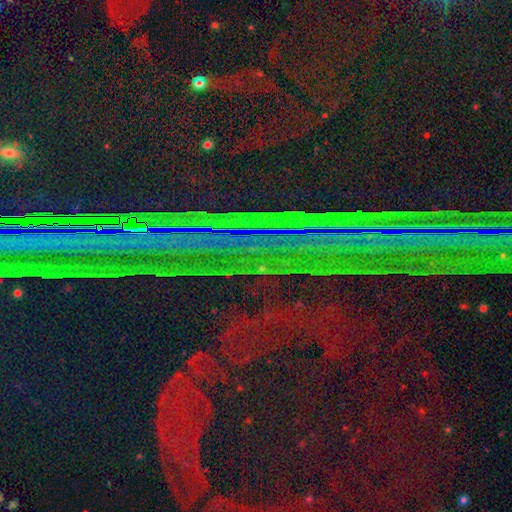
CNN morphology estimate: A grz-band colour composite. It shows a star or artifact, not a galaxy (89%).